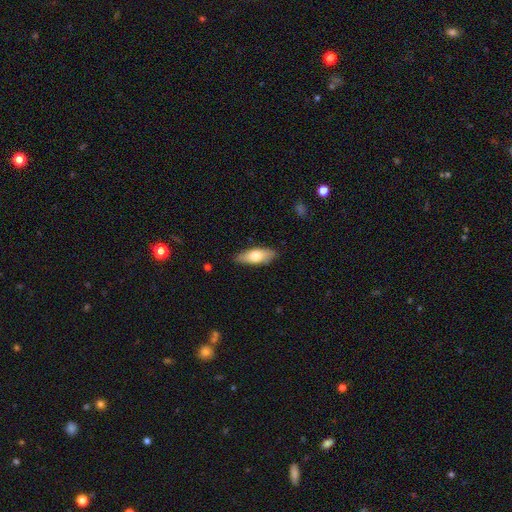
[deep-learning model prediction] This is likely a smooth galaxy (69%). How rounded: likely in between (69%). Merging: clearly none (86%).